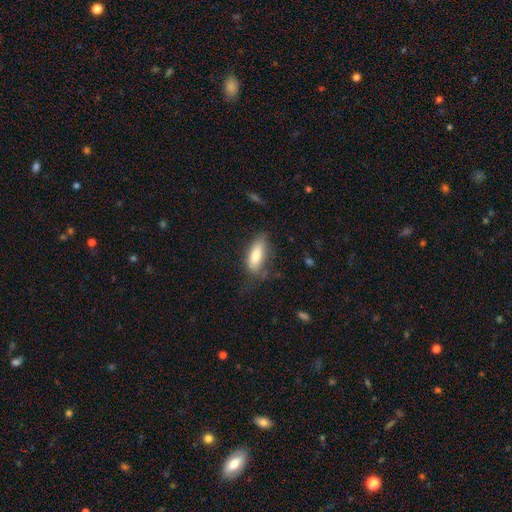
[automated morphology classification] smooth_or_featured: smooth (p=0.76) [alt: featured or disk p=0.17]
how_rounded: in between (p=0.73) [alt: cigar-shaped p=0.25]
merging: none (p=0.55) [alt: minor disturbance p=0.29]